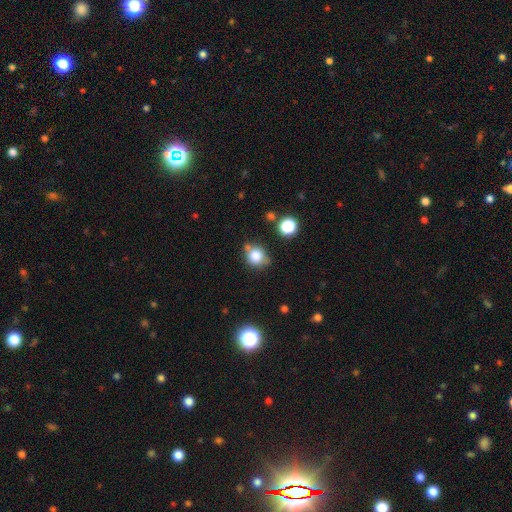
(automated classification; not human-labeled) The model was most divided on "merging": none: 60%, minor disturbance: 22%, merger: 11%, major disturbance: 6%. More confident: smooth or featured — smooth (78%); how rounded — round (73%).